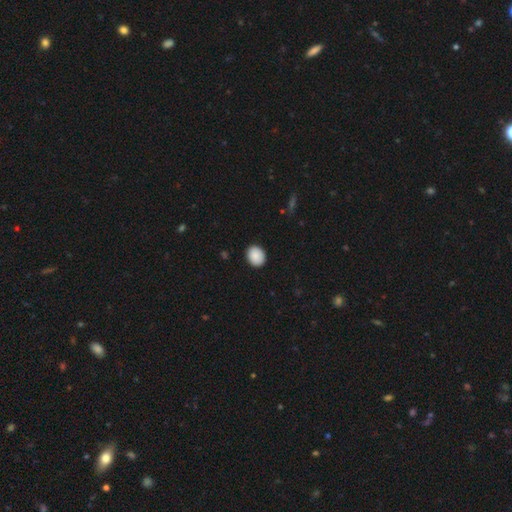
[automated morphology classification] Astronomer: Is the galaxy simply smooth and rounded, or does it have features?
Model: smooth — 89%.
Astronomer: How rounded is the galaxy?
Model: round — 60% (runner-up: in between, 39%).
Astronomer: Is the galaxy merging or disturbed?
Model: none — 90%.